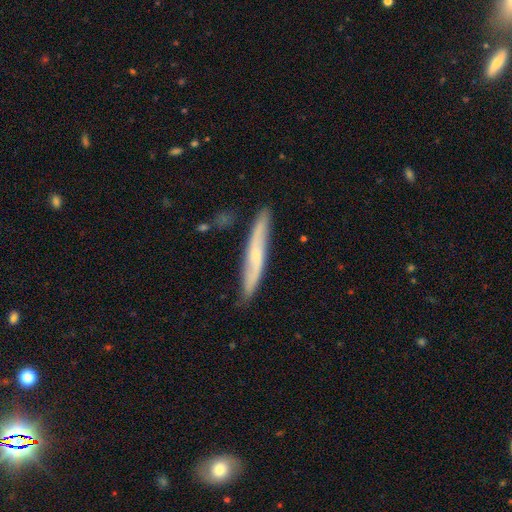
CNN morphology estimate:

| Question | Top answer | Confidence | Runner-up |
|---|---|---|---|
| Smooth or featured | featured or disk | 57% | smooth (37%) |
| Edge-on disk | yes | 67% | no (33%) |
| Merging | none | 80% | minor disturbance (16%) |